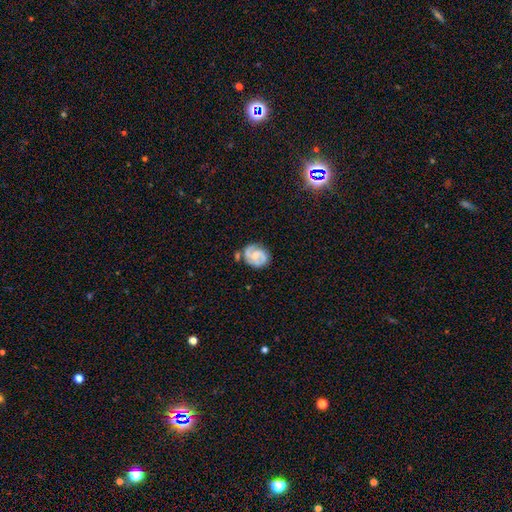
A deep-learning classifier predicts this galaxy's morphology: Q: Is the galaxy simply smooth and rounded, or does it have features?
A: featured or disk — 81%.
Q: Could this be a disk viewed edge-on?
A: no — 98%.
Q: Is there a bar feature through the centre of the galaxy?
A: no — 51%.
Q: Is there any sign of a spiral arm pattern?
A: yes — 96%.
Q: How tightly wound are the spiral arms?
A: tight — 45%.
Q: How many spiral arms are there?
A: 2 — 83%.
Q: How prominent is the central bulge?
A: moderate — 45%.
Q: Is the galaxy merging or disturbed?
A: none — 67%.